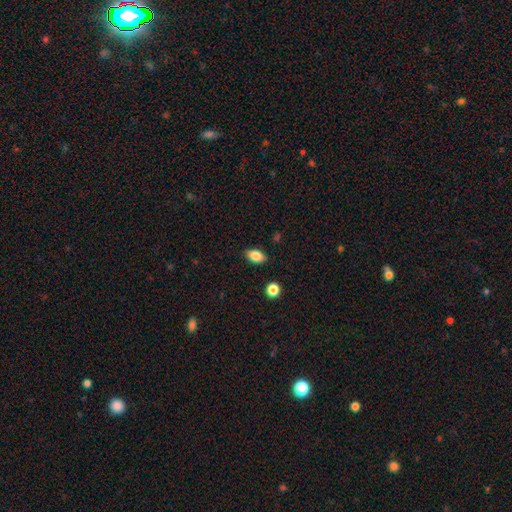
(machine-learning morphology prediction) type=smooth (85%); roundness=in between (88%); merging=none (86%).